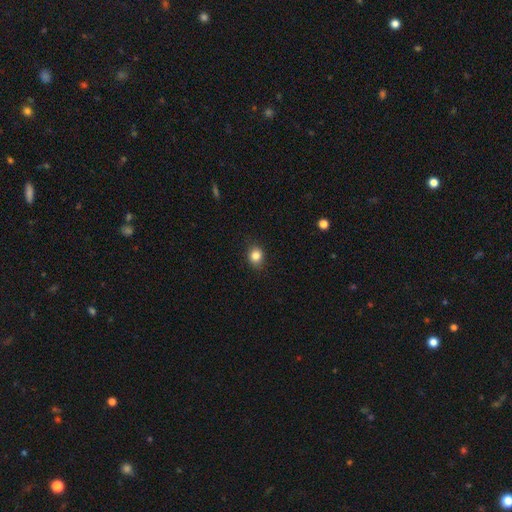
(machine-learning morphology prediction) Q: Smooth or featured?
A: smooth (84%); runner-up: star or artifact (11%)
Q: How rounded?
A: round (65%); runner-up: in between (34%)
Q: Merging?
A: none (85%); runner-up: minor disturbance (11%)